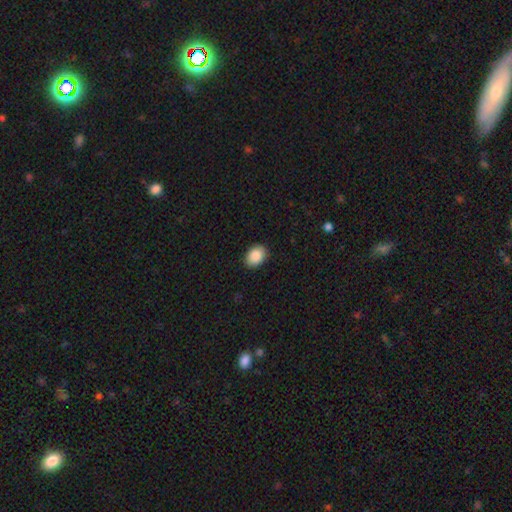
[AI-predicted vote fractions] This appears to be a smooth galaxy with no disk features (89%) that is in between round and cigar-shaped (76%). Merging: none (89%).